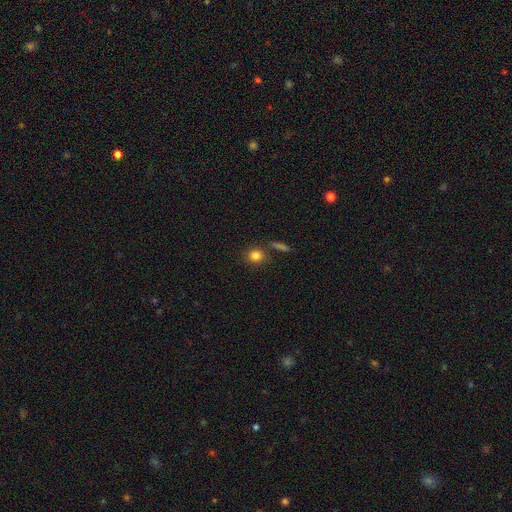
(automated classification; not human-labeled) smooth 83%, star or artifact 11%, featured or disk 6%. Down the decision tree: how rounded — round (73%); merging — none (77%).